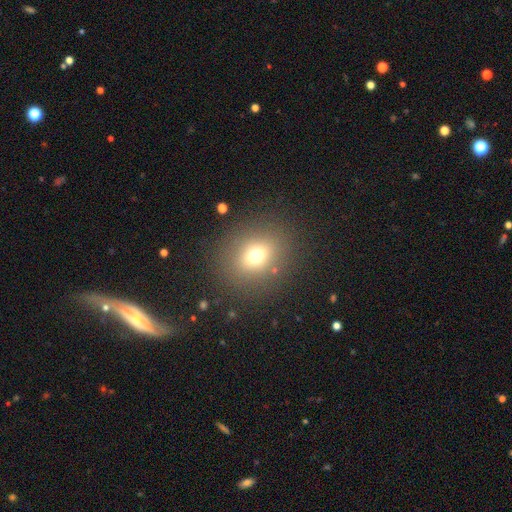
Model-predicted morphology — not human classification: smooth-or-featured: smooth: 70% | star or artifact: 18% | featured or disk: 12%
  how-rounded: round: 71% | in between: 28% | cigar-shaped: 1%
  merging: none: 85% | minor disturbance: 8% | major disturbance: 5% | merger: 2%